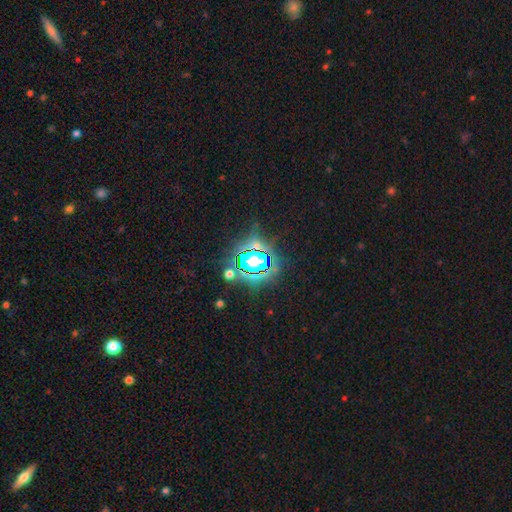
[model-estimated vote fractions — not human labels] Smooth or featured? Predicted: star or artifact (p=0.79).